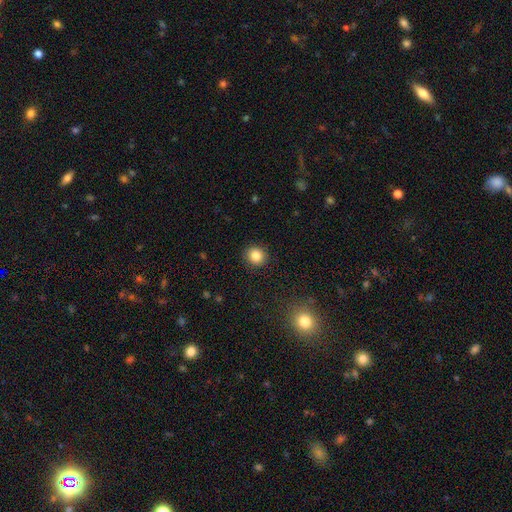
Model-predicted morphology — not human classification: Smooth or featured: smooth — 84% (star or artifact — 10%)
How rounded: round — 87% (in between — 12%)
Merging: none — 91% (minor disturbance — 6%)